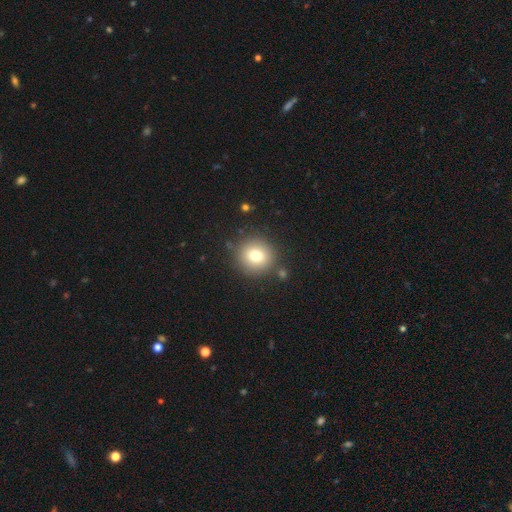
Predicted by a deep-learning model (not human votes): smooth 77%, featured or disk 12%, star or artifact 12%. Down the decision tree: how rounded — round (91%); merging — none (85%).